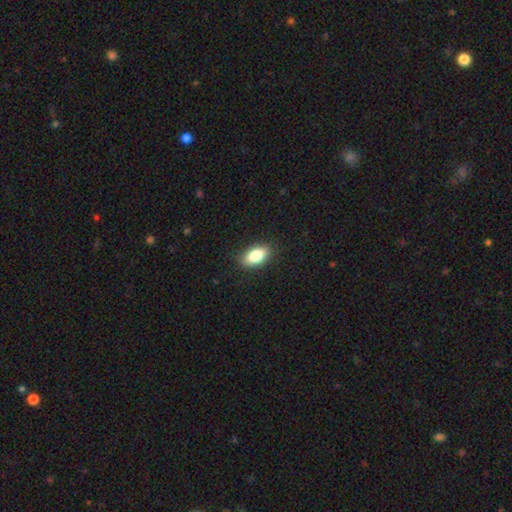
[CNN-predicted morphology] smooth 83%, featured or disk 9%, star or artifact 7%. Down the decision tree: how rounded — in between (90%); merging — none (86%).